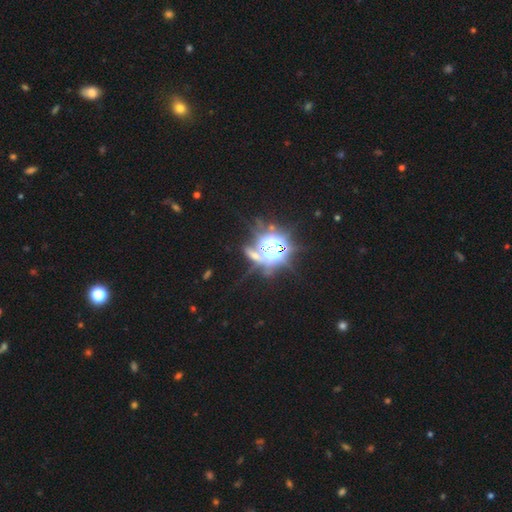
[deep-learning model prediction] Smooth or featured? star or artifact (64%)